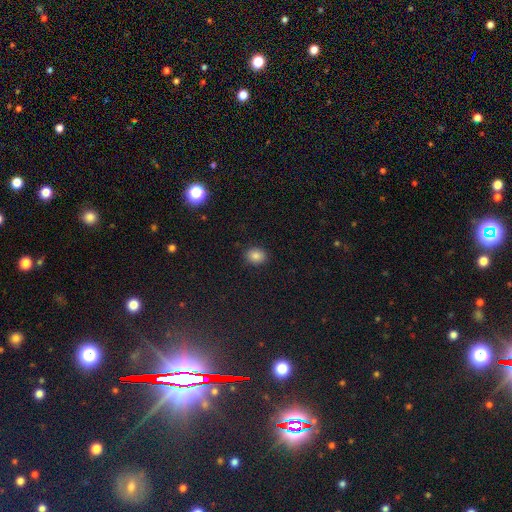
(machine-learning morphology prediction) type=smooth (83%); roundness=in between (52%); merging=none (89%).